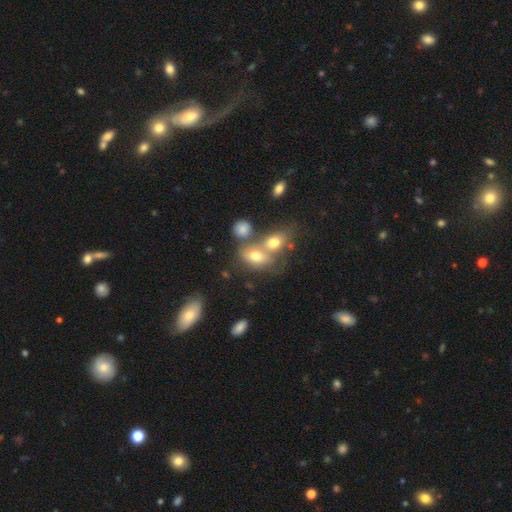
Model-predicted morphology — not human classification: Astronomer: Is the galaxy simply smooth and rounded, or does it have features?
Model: smooth — 69%.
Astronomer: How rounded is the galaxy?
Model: in between — 75%.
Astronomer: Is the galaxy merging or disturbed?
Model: merger — 51% (runner-up: none, 31%).